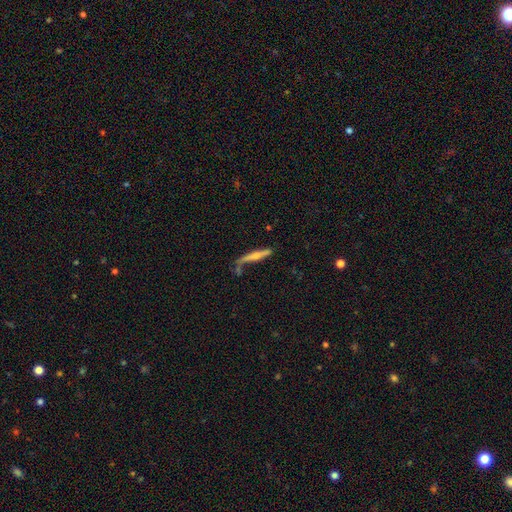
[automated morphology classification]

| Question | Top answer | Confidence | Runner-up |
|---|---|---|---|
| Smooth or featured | featured or disk | 48% | smooth (45%) |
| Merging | none | 52% | minor disturbance (22%) |